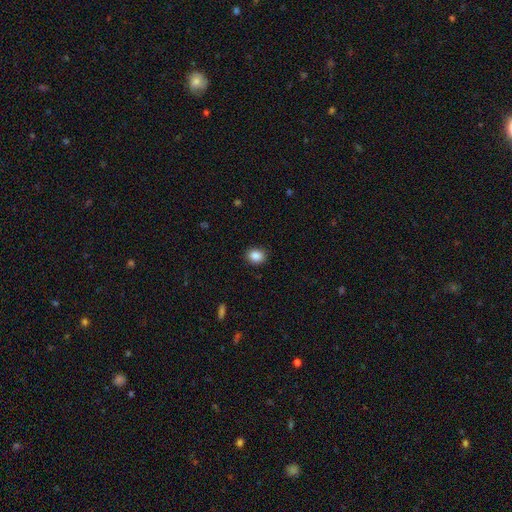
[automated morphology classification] smooth-or-featured: smooth: 87% | star or artifact: 9% | featured or disk: 4%
  how-rounded: round: 54% | in between: 45% | cigar-shaped: 1%
  merging: none: 89% | minor disturbance: 8% | major disturbance: 2% | merger: 1%